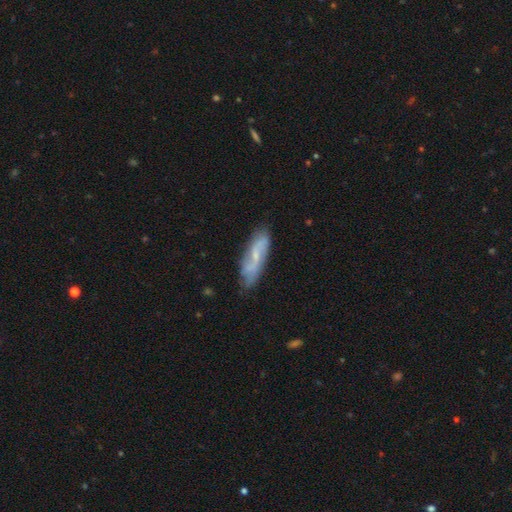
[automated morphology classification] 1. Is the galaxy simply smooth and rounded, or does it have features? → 62% featured or disk, 31% smooth, 7% star or artifact.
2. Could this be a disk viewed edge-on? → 81% no, 19% yes.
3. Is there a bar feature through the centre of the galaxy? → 43% weak, 42% no, 14% strong.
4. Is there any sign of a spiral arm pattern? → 84% yes, 16% no.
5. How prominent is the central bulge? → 65% small, 22% moderate, 10% none, 1% large, 1% dominant.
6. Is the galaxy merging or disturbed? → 74% none, 19% minor disturbance, 4% major disturbance, 3% merger.